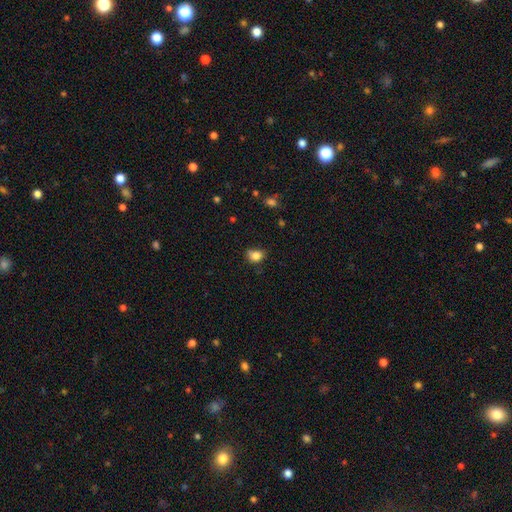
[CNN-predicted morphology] Smooth or featured?
  - smooth: 83% *
  - star or artifact: 11%
  - featured or disk: 6%
How rounded?
  - round: 50% *
  - in between: 49%
  - cigar-shaped: 1%
Merging?
  - none: 52% *
  - minor disturbance: 34%
  - major disturbance: 9%
  - merger: 4%